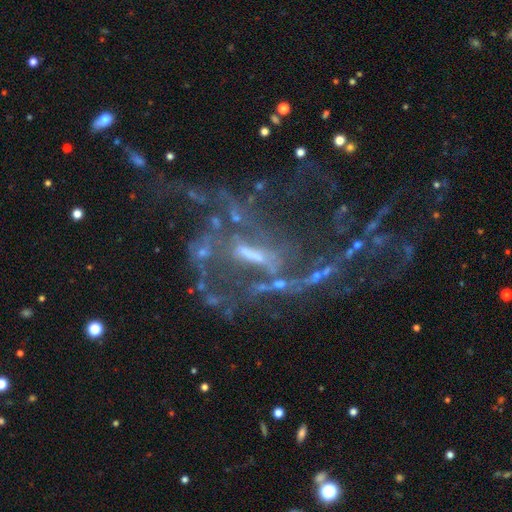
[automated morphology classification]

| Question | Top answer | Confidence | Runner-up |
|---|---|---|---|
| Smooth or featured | featured or disk | 82% | star or artifact (12%) |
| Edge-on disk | no | 96% | yes (4%) |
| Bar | weak | 41% | strong (38%) |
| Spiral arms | yes | 85% | no (15%) |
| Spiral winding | loose | 51% | medium (36%) |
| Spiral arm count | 2 | 44% | can't tell (22%) |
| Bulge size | small | 44% | moderate (27%) |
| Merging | major disturbance | 38% | tied: none (38%) |